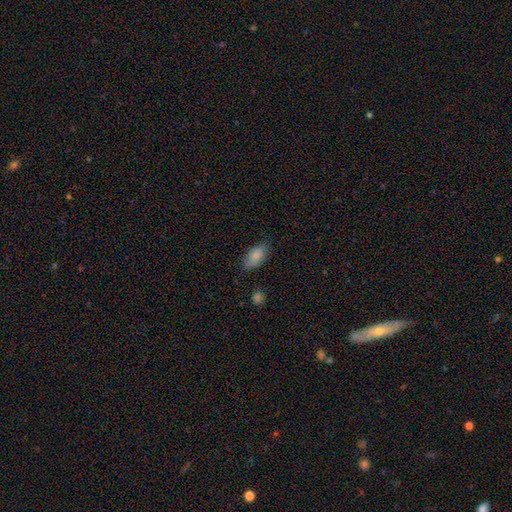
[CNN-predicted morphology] The model was most divided on "merging": none: 77%, minor disturbance: 18%, major disturbance: 4%, merger: 2%. More confident: how rounded — in between (91%); smooth or featured — smooth (85%).